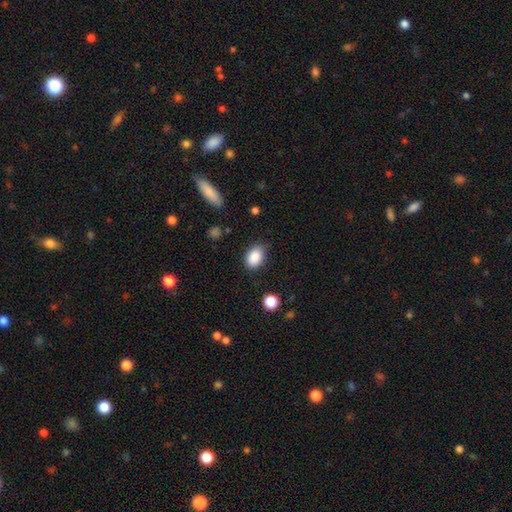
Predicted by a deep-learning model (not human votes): A smooth galaxy with no disk features (88%) that is in between round and cigar-shaped (85%).

Vote fractions:
- Smooth or featured? smooth: 88% / star or artifact: 8% / featured or disk: 4%
- How rounded? in between: 85% / round: 14% / cigar-shaped: 1%
- Merging? none: 79% / minor disturbance: 16% / major disturbance: 4% / merger: 2%